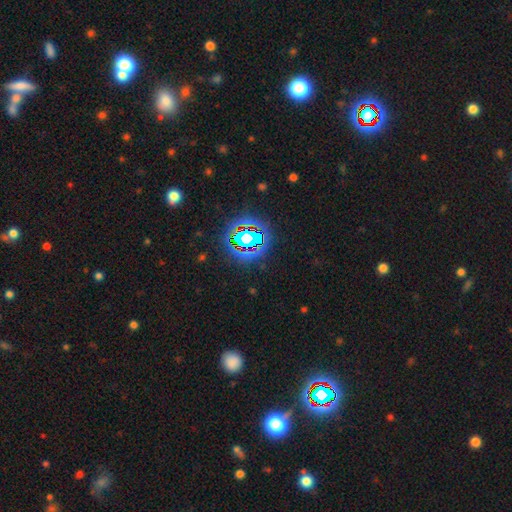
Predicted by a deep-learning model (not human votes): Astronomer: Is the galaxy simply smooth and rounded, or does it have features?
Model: star or artifact — 80%.